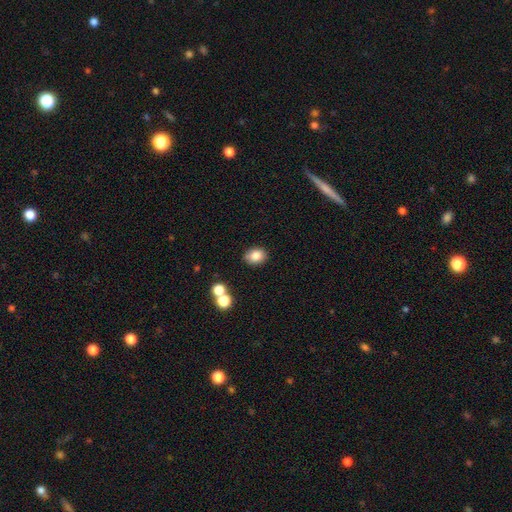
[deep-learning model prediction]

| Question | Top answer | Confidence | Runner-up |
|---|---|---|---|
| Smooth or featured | smooth | 83% | star or artifact (10%) |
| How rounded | in between | 60% | round (39%) |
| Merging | none | 85% | minor disturbance (10%) |